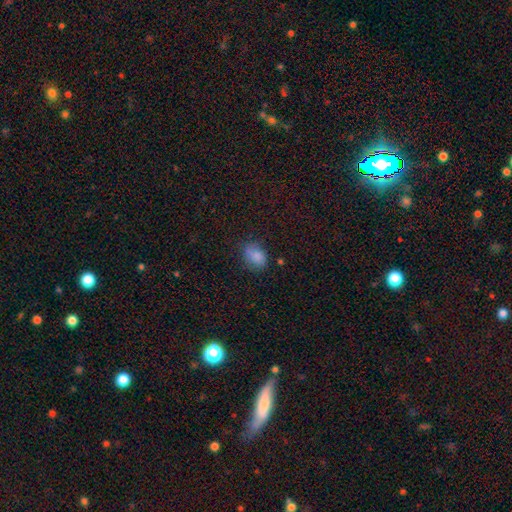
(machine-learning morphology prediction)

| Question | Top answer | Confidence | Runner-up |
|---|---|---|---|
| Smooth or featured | smooth | 80% | star or artifact (10%) |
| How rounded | in between | 69% | round (30%) |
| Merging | none | 63% | minor disturbance (26%) |